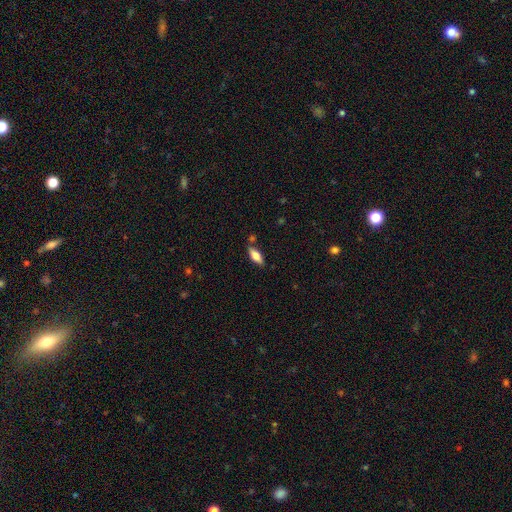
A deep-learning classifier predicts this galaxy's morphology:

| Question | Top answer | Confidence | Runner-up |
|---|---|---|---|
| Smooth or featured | smooth | 70% | featured or disk (23%) |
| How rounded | in between | 72% | cigar-shaped (26%) |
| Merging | none | 79% | minor disturbance (13%) |